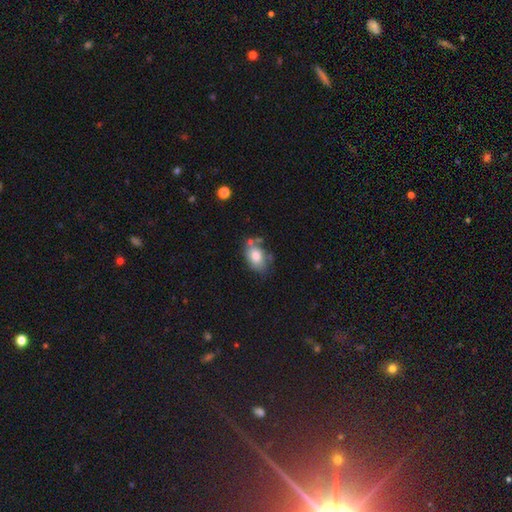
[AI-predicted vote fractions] smooth_or_featured: smooth (p=0.77) [alt: featured or disk p=0.15]
how_rounded: in between (p=0.87) [alt: round p=0.11]
merging: none (p=0.54) [alt: minor disturbance p=0.25]